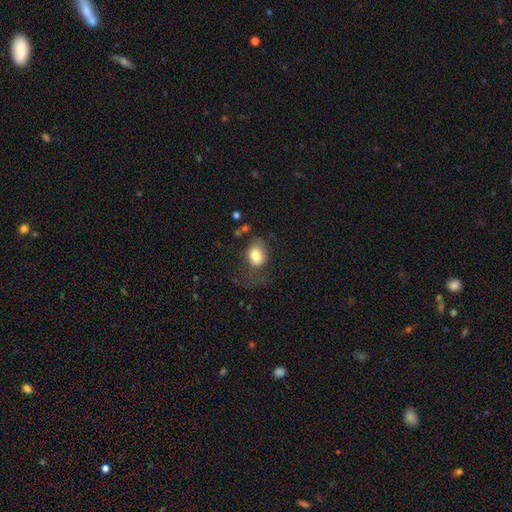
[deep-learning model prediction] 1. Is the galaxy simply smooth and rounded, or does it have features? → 80% smooth, 12% featured or disk, 9% star or artifact.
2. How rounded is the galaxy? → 63% in between, 36% round, 1% cigar-shaped.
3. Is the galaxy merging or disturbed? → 44% none, 27% major disturbance, 26% minor disturbance, 4% merger.